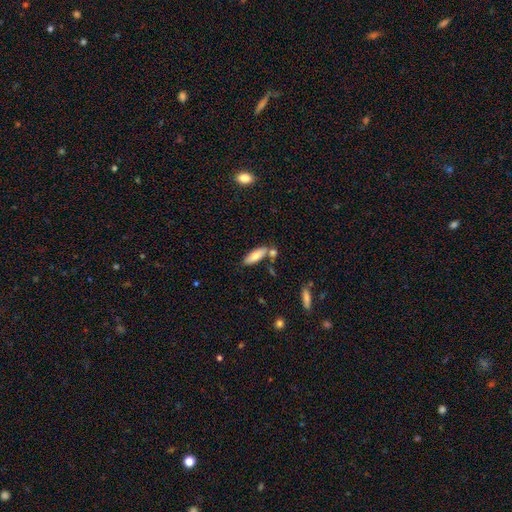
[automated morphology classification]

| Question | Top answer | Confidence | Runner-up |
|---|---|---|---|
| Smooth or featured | smooth | 75% | featured or disk (19%) |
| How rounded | in between | 60% | cigar-shaped (38%) |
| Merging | none | 65% | merger (17%) |